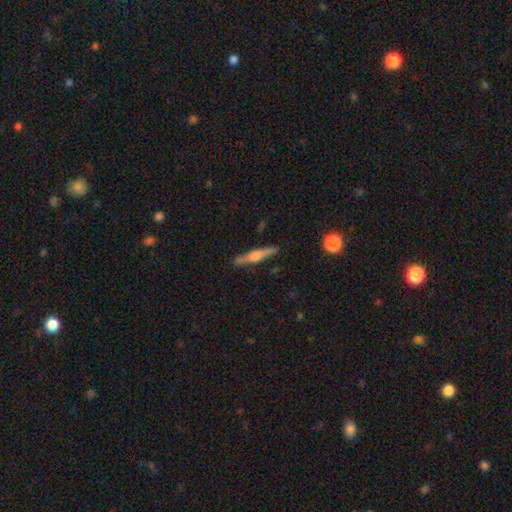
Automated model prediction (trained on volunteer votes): Smooth or featured? featured or disk (71%)
Edge-on disk? yes (98%)
Edge-on bulge? rounded (84%)
Merging? none (90%)